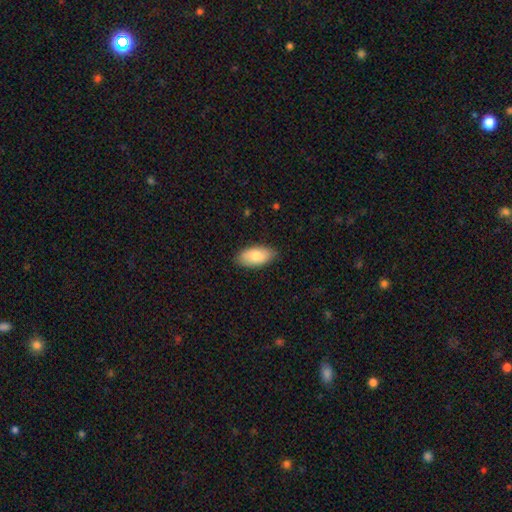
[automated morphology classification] type=smooth (80%); roundness=in between (94%); merging=none (84%).